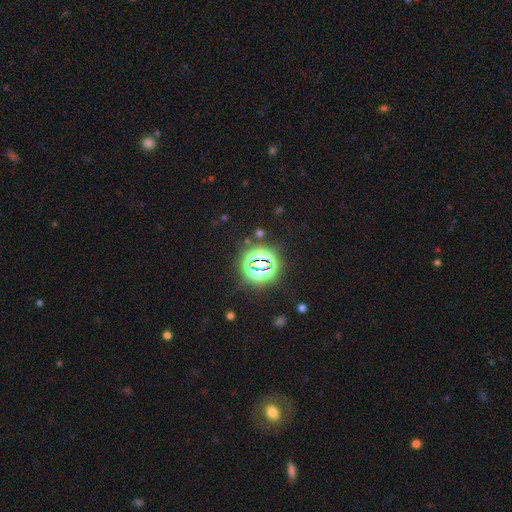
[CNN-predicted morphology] Smooth or featured? star or artifact (80%)